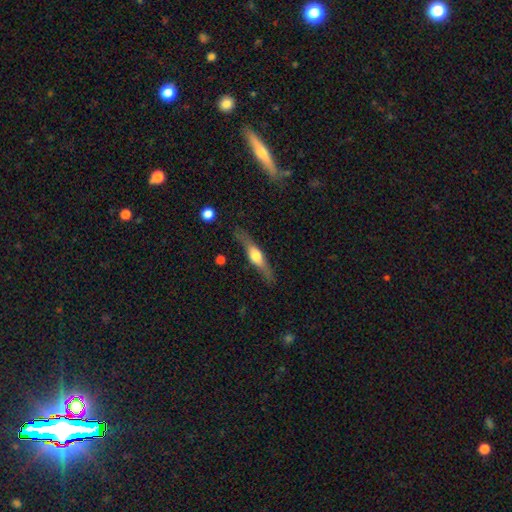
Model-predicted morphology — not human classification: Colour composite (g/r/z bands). It shows a featured or disk galaxy (60%) viewed edge-on (93%) with a rounded central bulge (89%). Merging: none (80%).